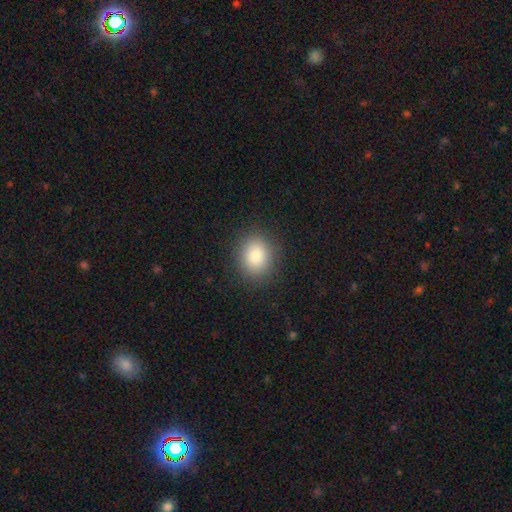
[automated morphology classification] A smooth galaxy with no disk features (85%) that is round (63%). Merging: none (88%).